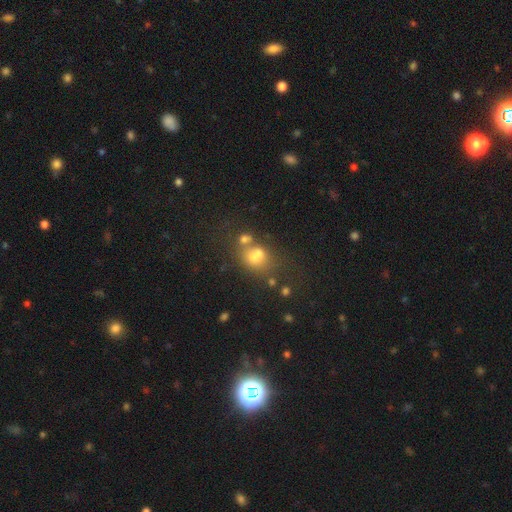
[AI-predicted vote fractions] smooth-or-featured: smooth: 59% | featured or disk: 21% | star or artifact: 20%
  how-rounded: round: 52% | in between: 47% | cigar-shaped: 1%
  merging: merger: 43% | none: 36% | minor disturbance: 12% | major disturbance: 9%